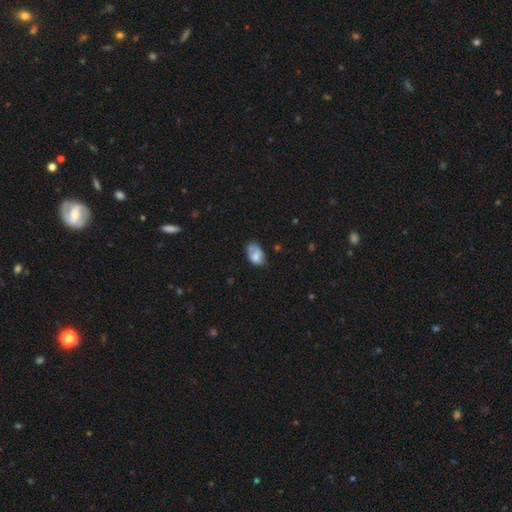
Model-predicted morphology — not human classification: This is likely a smooth galaxy (66%). How rounded: clearly in between (85%). Merging: marginally none (37%).